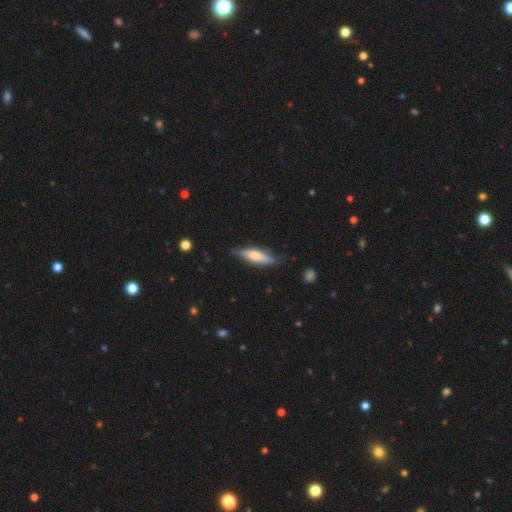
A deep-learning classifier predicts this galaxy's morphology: A smooth galaxy with no disk features (58%) that is cigar-shaped (67%).

Vote fractions:
- Smooth or featured? smooth: 58% / featured or disk: 37% / star or artifact: 6%
- How rounded? cigar-shaped: 67% / in between: 32% / round: 2%
- Merging? none: 73% / minor disturbance: 21% / major disturbance: 4% / merger: 2%